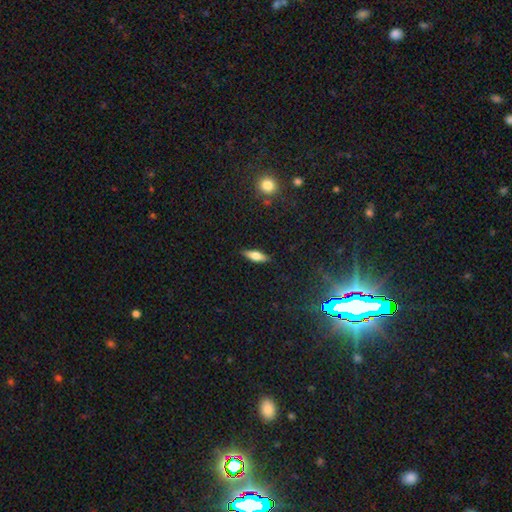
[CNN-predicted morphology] This is likely a smooth galaxy (61%). How rounded: possibly in between (52%). Merging: clearly none (88%).